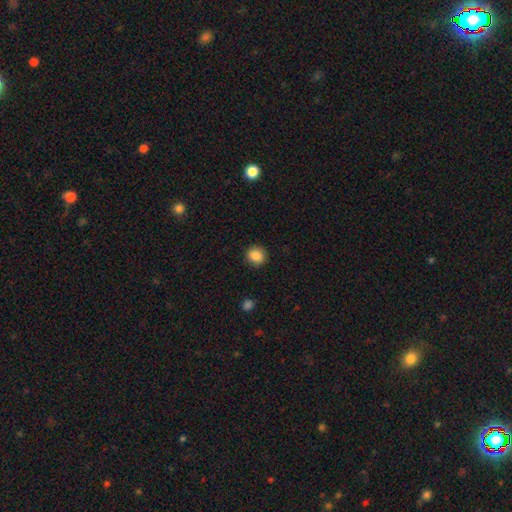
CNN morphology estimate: smooth-or-featured: smooth: 86% | star or artifact: 10% | featured or disk: 4%
  how-rounded: round: 84% | in between: 15% | cigar-shaped: 1%
  merging: none: 89% | minor disturbance: 8% | major disturbance: 2% | merger: 1%